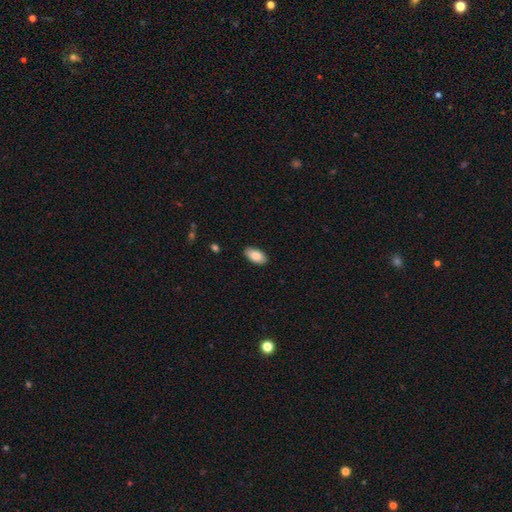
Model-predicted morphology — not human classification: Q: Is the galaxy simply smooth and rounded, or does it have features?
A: smooth — 85%.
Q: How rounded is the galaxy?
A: in between — 95%.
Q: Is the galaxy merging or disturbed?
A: none — 88%.